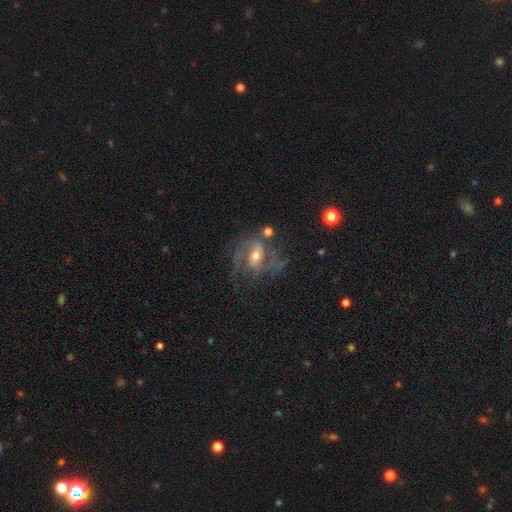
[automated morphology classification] Q: Smooth or featured?
A: featured or disk (84%); runner-up: smooth (8%)
Q: Edge-on disk?
A: no (97%); runner-up: yes (3%)
Q: Bar?
A: weak (46%); runner-up: no (30%)
Q: Spiral arms?
A: yes (93%); runner-up: no (7%)
Q: Spiral winding?
A: medium (51%); runner-up: loose (31%)
Q: Spiral arm count?
A: 2 (66%); runner-up: 3 (12%)
Q: Bulge size?
A: moderate (55%); runner-up: small (39%)
Q: Merging?
A: none (52%); runner-up: major disturbance (23%)